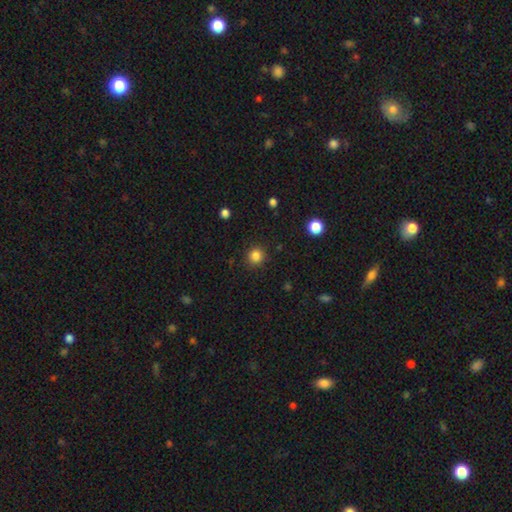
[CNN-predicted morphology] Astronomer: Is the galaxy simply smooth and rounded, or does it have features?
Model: smooth — 84%.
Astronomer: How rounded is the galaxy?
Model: round — 93%.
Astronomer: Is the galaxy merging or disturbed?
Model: none — 90%.